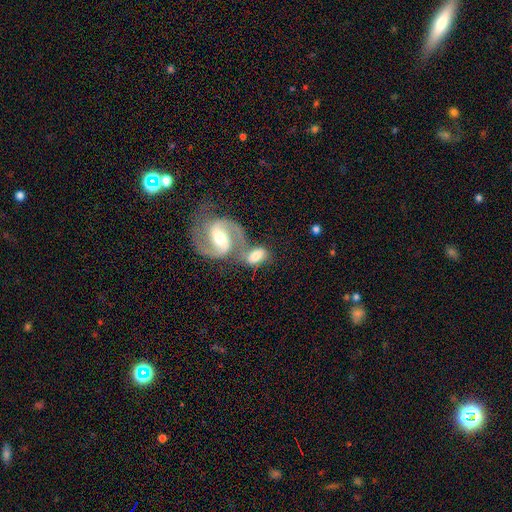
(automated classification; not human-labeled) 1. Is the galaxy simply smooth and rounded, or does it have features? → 60% featured or disk, 33% smooth, 7% star or artifact.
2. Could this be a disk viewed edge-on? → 95% no, 5% yes.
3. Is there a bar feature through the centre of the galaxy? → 40% strong, 39% weak, 20% no.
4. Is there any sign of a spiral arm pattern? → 88% yes, 12% no.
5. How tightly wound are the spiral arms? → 52% medium, 31% loose, 18% tight.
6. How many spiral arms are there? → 89% 2, 4% can't tell, 4% 1, 1% 3, 1% 4, 1% more than 4.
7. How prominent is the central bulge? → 63% moderate, 21% small, 12% large, 2% none, 2% dominant.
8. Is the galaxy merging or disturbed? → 48% merger, 33% none, 12% minor disturbance, 7% major disturbance.